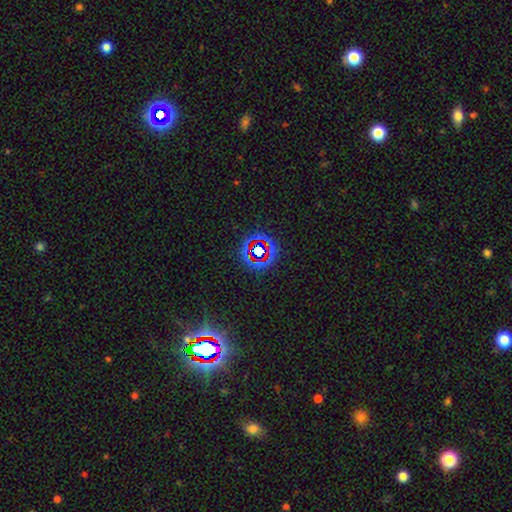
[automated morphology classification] star or artifact 70%, featured or disk 15%, smooth 15%.